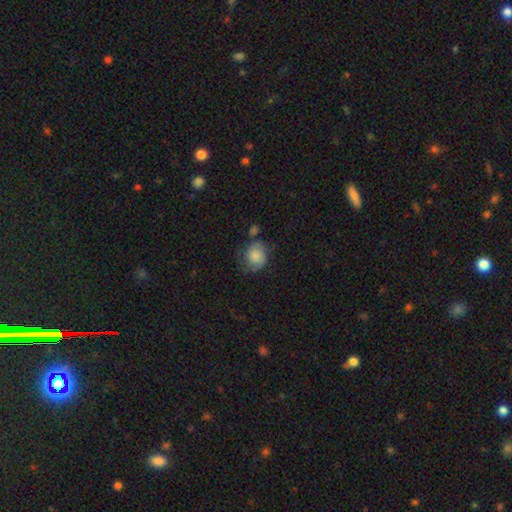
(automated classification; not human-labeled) Overall: smooth (63%; featured or disk 29%). How rounded: round (64%; in between 35%). Merging: none (55%; minor disturbance 27%).